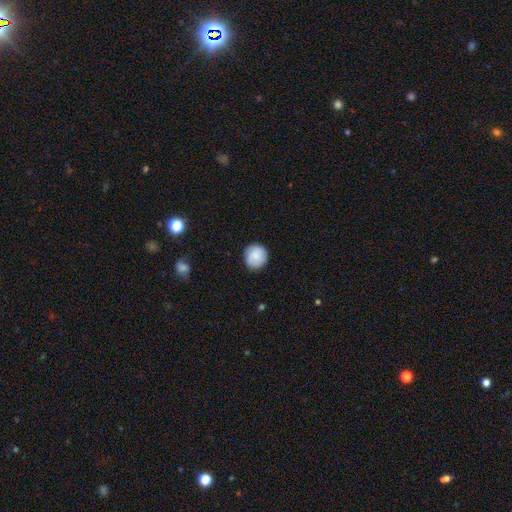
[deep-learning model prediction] Smooth or featured? smooth (84%)
How rounded? round (92%)
Merging? none (87%)